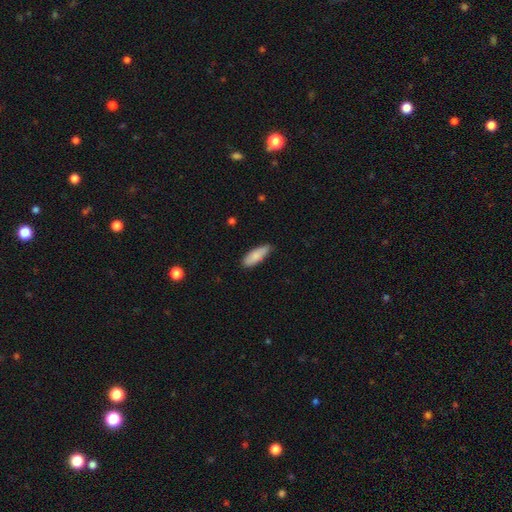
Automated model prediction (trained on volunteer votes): Smooth or featured? Predicted: smooth (p=0.84). How rounded? Predicted: in between (p=0.71). Merging? Predicted: none (p=0.74).